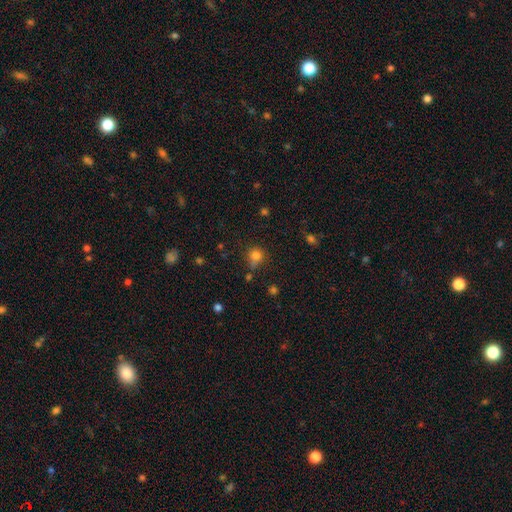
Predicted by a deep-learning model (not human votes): A smooth galaxy with no disk features (79%) that is round (85%).

Vote fractions:
- Smooth or featured? smooth: 79% / star or artifact: 14% / featured or disk: 6%
- How rounded? round: 85% / in between: 14% / cigar-shaped: 1%
- Merging? none: 61% / minor disturbance: 22% / merger: 10% / major disturbance: 7%